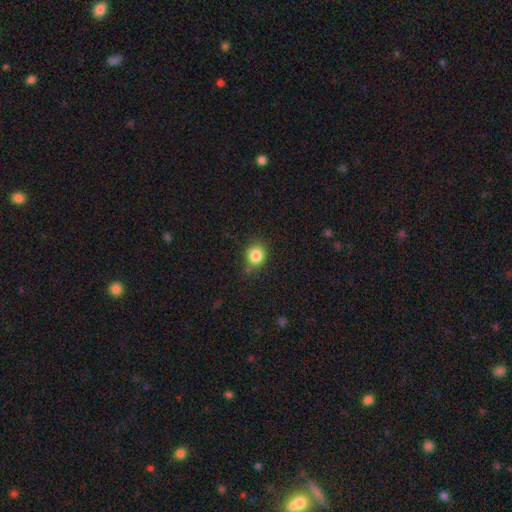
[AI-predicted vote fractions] smooth 85%, star or artifact 11%, featured or disk 5%. Down the decision tree: how rounded — round (75%); merging — none (78%).